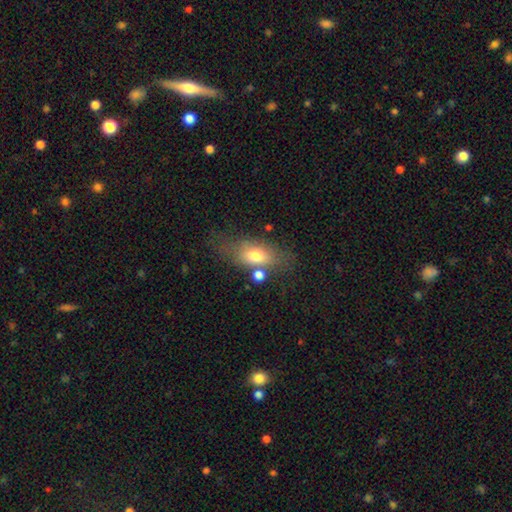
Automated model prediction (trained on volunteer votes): Q: Smooth or featured?
A: smooth (71%); runner-up: featured or disk (20%)
Q: How rounded?
A: in between (79%); runner-up: round (11%)
Q: Merging?
A: none (54%); runner-up: minor disturbance (20%)